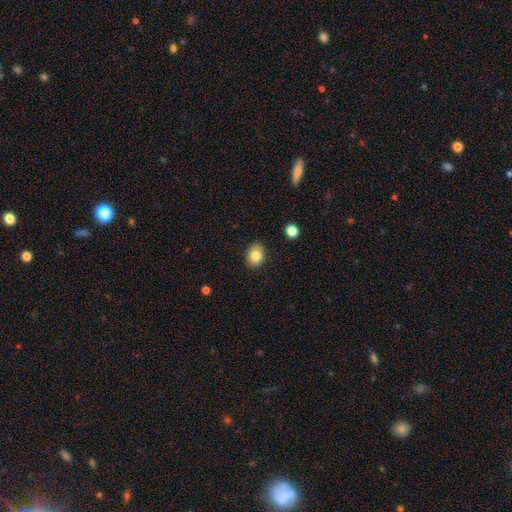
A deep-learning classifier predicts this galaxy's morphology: This is clearly a smooth galaxy (83%). How rounded: likely in between (64%). Merging: clearly none (87%).